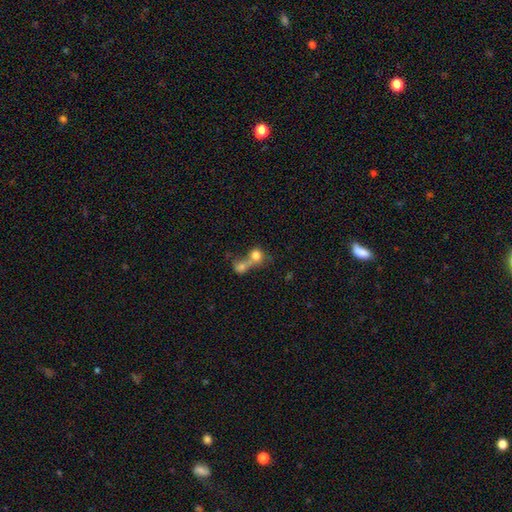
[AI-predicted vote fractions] Morphology: type=smooth (75%); roundness=round (75%); merging=merger (68%).